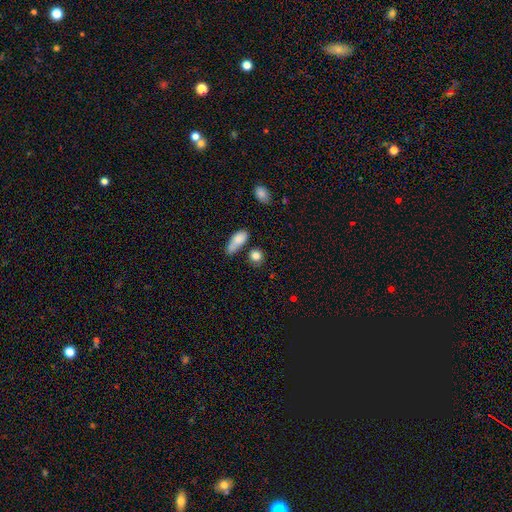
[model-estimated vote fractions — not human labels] Smooth or featured? smooth (84%)
How rounded? round (72%)
Merging? none (60%)